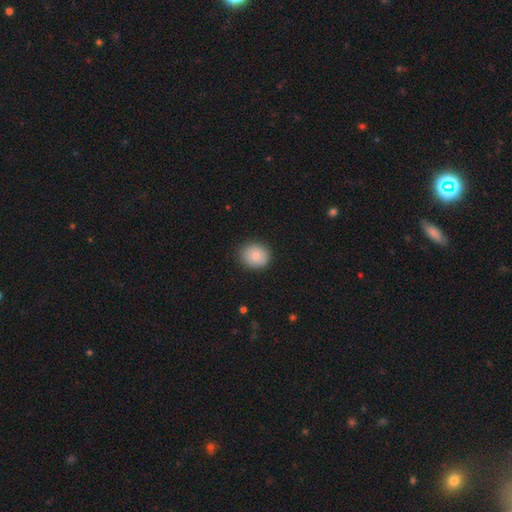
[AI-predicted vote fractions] This is likely a smooth galaxy (80%). How rounded: likely round (74%). Merging: clearly none (87%).